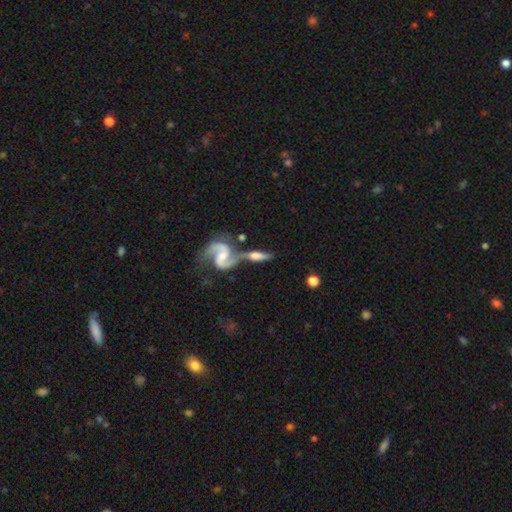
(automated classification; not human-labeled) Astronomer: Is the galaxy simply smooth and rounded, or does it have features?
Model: featured or disk — 70%.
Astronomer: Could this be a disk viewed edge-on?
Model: no — 64%.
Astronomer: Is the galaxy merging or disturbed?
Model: merger — 48% (runner-up: none, 34%).